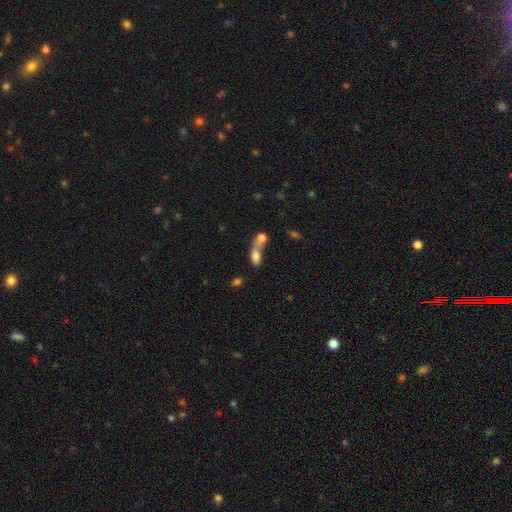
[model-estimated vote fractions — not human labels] smooth_or_featured: smooth (p=0.76) [alt: featured or disk p=0.14]
how_rounded: in between (p=0.79) [alt: cigar-shaped p=0.11]
merging: merger (p=0.66) [alt: none p=0.20]